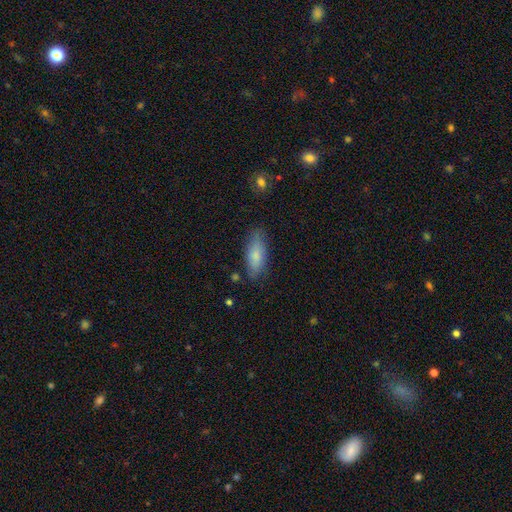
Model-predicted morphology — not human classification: The model was most divided on "how rounded": in between: 74%, cigar-shaped: 24%, round: 2%. More confident: smooth or featured — smooth (80%); merging — none (79%).